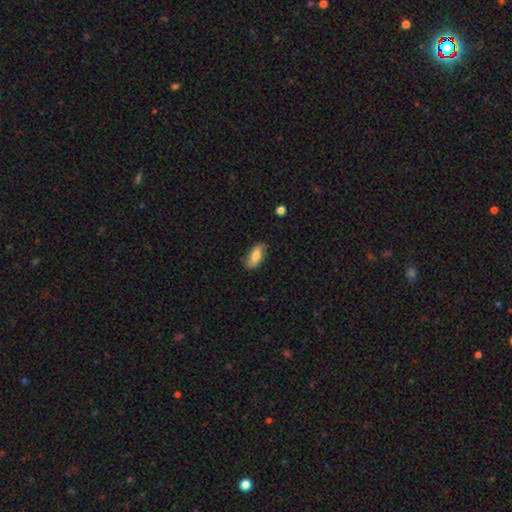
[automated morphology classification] This is likely a smooth galaxy (73%). How rounded: clearly in between (85%). Merging: likely none (78%).